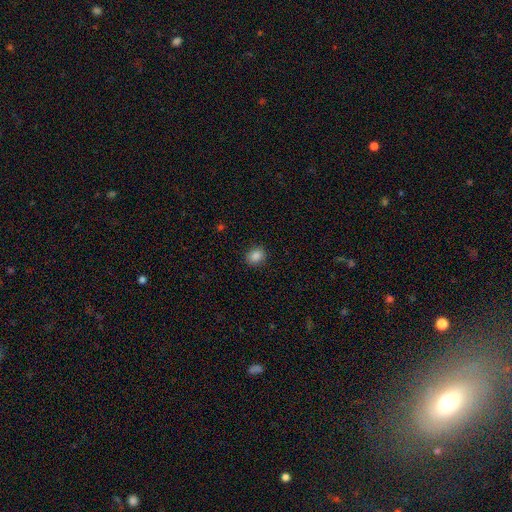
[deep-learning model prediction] smooth_or_featured: smooth (p=0.86) [alt: star or artifact p=0.10]
how_rounded: round (p=0.57) [alt: in between p=0.42]
merging: none (p=0.90) [alt: minor disturbance p=0.07]